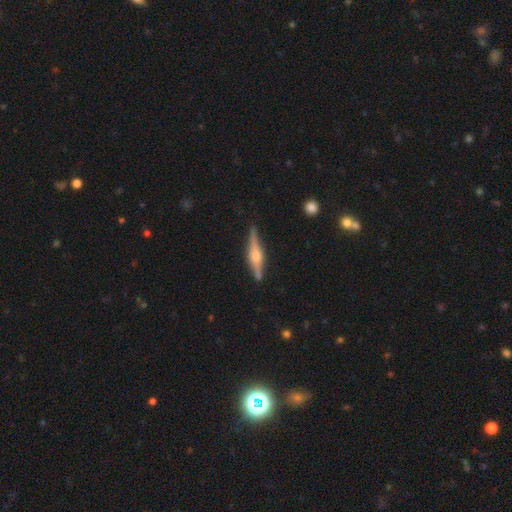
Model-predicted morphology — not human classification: Smooth or featured? featured or disk (75%)
Edge-on disk? yes (98%)
Edge-on bulge? rounded (79%)
Merging? none (85%)